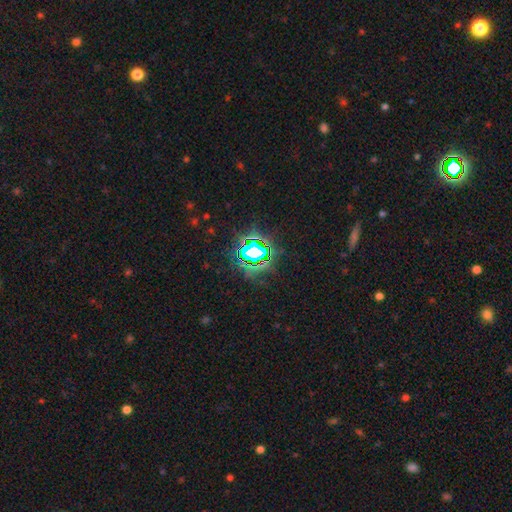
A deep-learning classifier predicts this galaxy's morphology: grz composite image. It shows a star or artifact, not a galaxy (76%).